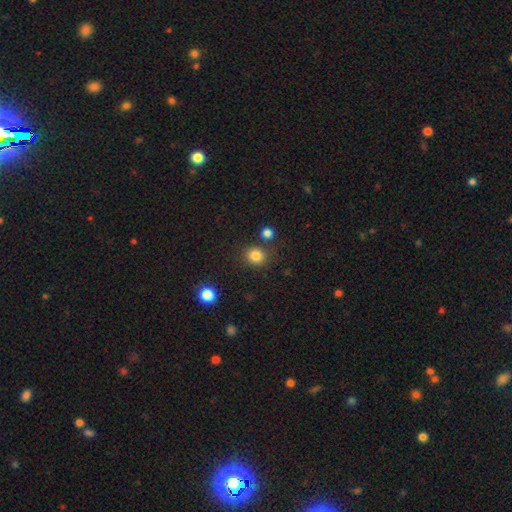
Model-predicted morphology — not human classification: A smooth galaxy with no disk features (83%) that is round (80%).

Vote fractions:
- Smooth or featured? smooth: 83% / star or artifact: 12% / featured or disk: 5%
- How rounded? round: 80% / in between: 19% / cigar-shaped: 1%
- Merging? none: 81% / minor disturbance: 9% / merger: 7% / major disturbance: 3%